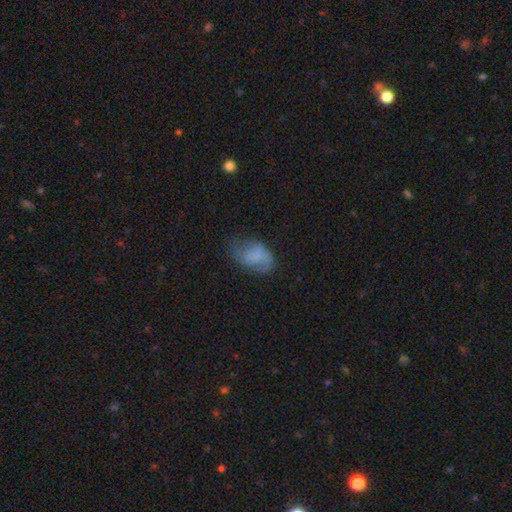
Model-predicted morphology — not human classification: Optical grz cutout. It shows a smooth galaxy with no disk features (59%) that is in between round and cigar-shaped (87%). Merging: none (44%).